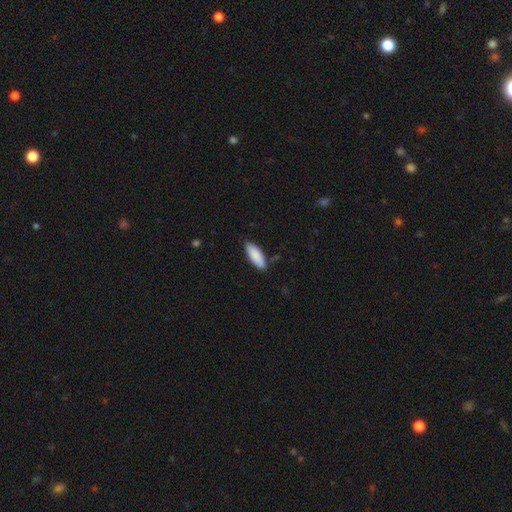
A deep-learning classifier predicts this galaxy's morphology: A smooth galaxy with no disk features (88%) that is in between round and cigar-shaped (71%).

Vote fractions:
- Smooth or featured? smooth: 88% / featured or disk: 6% / star or artifact: 6%
- How rounded? in between: 71% / cigar-shaped: 28% / round: 1%
- Merging? none: 83% / minor disturbance: 13% / major disturbance: 2% / merger: 2%